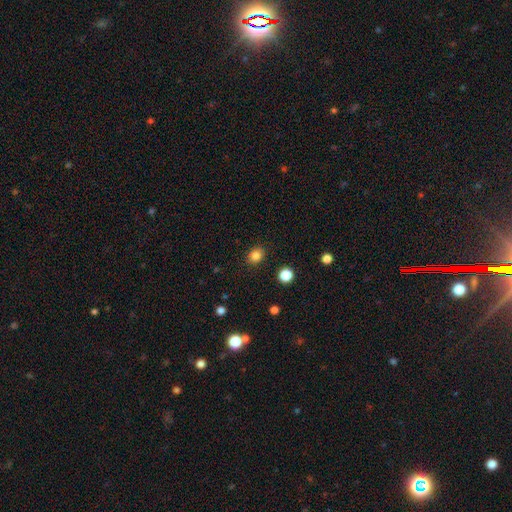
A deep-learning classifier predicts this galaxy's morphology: A smooth galaxy with no disk features (84%) that is round (58%).

Vote fractions:
- Smooth or featured? smooth: 84% / star or artifact: 12% / featured or disk: 4%
- How rounded? round: 58% / in between: 41% / cigar-shaped: 1%
- Merging? none: 87% / minor disturbance: 9% / major disturbance: 3% / merger: 2%